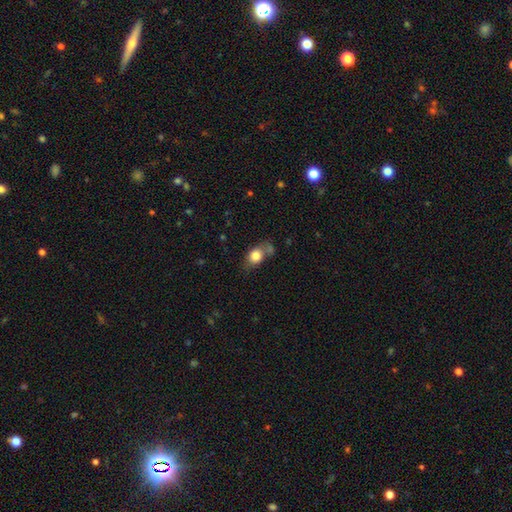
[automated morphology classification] smooth_or_featured: smooth (p=0.79) [alt: featured or disk p=0.12]
how_rounded: in between (p=0.63) [alt: round p=0.34]
merging: none (p=0.50) [alt: minor disturbance p=0.25]